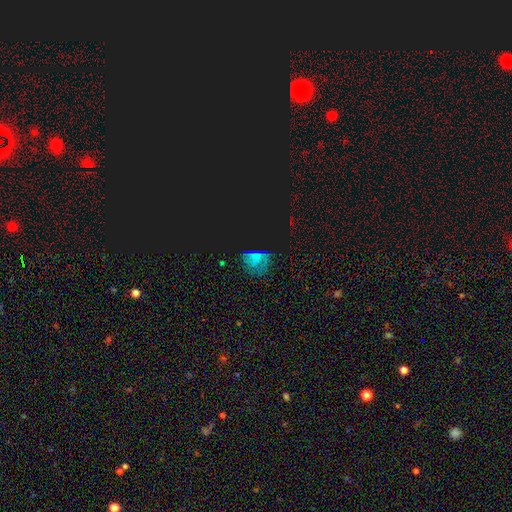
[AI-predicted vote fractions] This is possibly a star or artifact rather than a galaxy (49%).